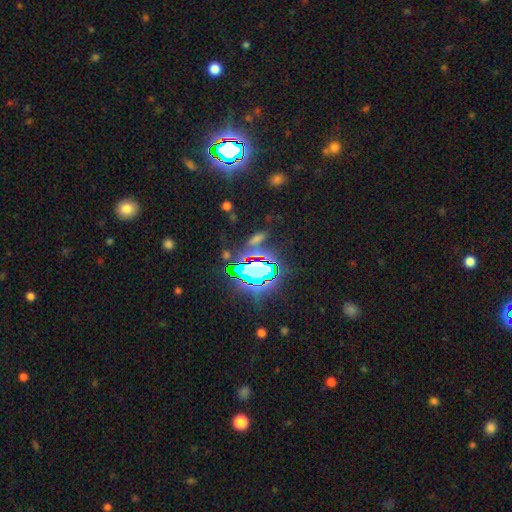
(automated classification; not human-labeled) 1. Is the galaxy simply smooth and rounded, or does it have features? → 83% star or artifact, 10% smooth, 7% featured or disk.